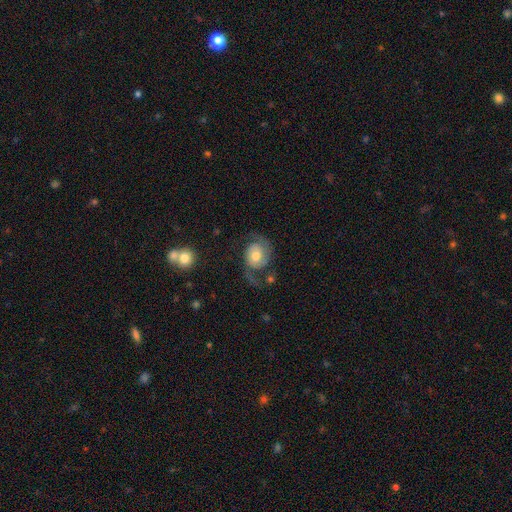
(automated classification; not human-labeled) Smooth or featured?
  - featured or disk: 76% *
  - smooth: 17%
  - star or artifact: 7%
Edge-on disk?
  - no: 98% *
  - yes: 2%
Bar?
  - no: 70% *
  - weak: 25%
  - strong: 5%
Spiral arms?
  - yes: 94% *
  - no: 6%
Spiral winding?
  - medium: 42% * (tied)
  - loose: 42% * (tied)
  - tight: 16%
Spiral arm count?
  - 2: 88% *
  - 1: 5%
  - can't tell: 3%
  - 3: 1%
  - 4: 1%
  - more than 4: 1%
Bulge size?
  - moderate: 68% *
  - small: 17%
  - large: 11%
  - dominant: 2%
  - none: 2%
Merging?
  - none: 61% *
  - major disturbance: 19%
  - minor disturbance: 17%
  - merger: 3%